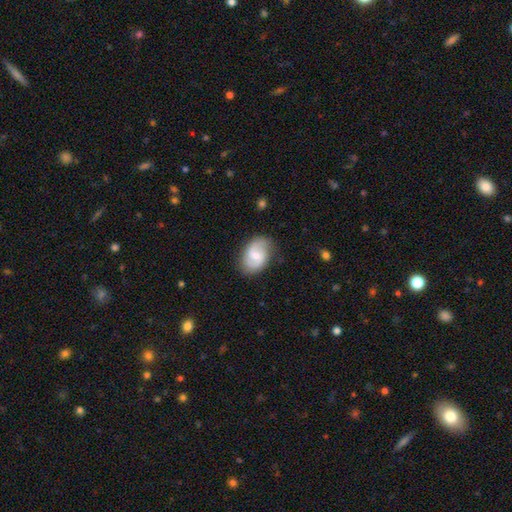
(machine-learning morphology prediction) Smooth or featured: featured or disk — 67% (smooth — 27%)
Edge-on disk: no — 97% (yes — 3%)
Bar: weak — 53% (no — 36%)
Spiral arms: yes — 92% (no — 8%)
Spiral winding: medium — 47% (loose — 33%)
Spiral arm count: 2 — 88% (can't tell — 7%)
Bulge size: small — 46% (tied with moderate — 46%)
Merging: none — 79% (minor disturbance — 16%)